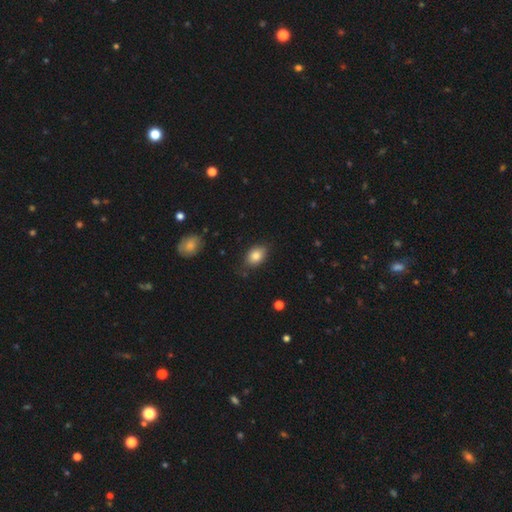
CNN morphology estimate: The model was most divided on "merging": none: 77%, minor disturbance: 17%, major disturbance: 3%, merger: 2%. More confident: smooth or featured — smooth (84%); how rounded — in between (83%).